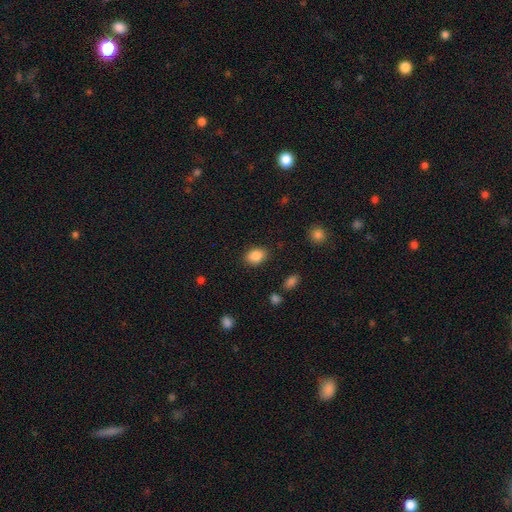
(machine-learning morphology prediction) type=smooth (86%); roundness=in between (75%); merging=none (85%).